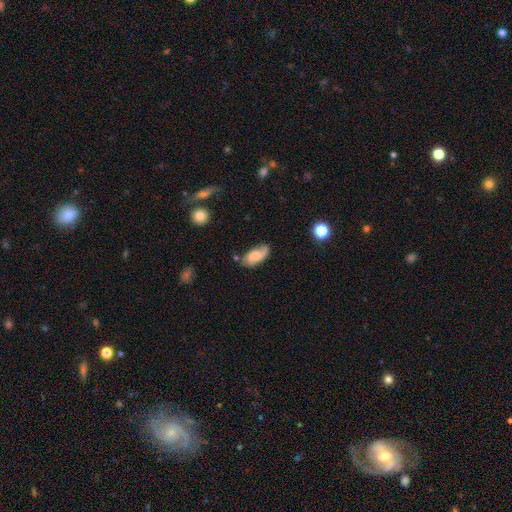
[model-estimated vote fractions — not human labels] Smooth or featured? Predicted: featured or disk (p=0.49). Merging? Predicted: none (p=0.66).